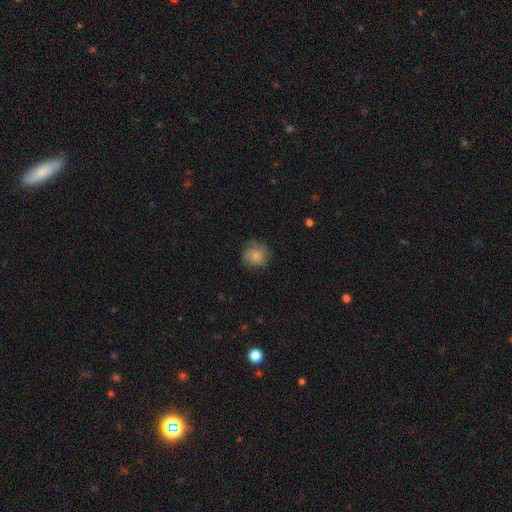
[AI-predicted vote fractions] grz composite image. It shows a smooth galaxy with no disk features (77%) that is round (87%). Merging: none (71%).